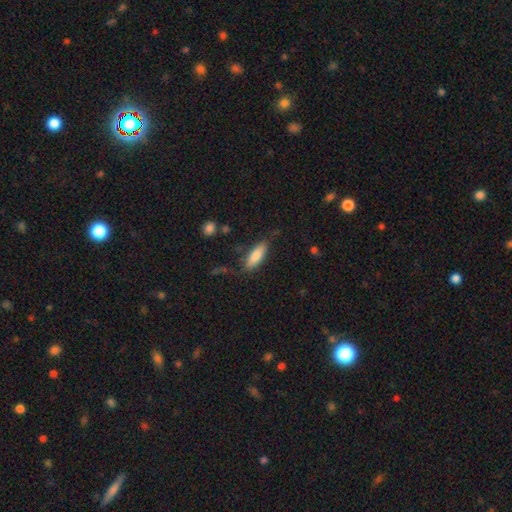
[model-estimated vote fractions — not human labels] smooth_or_featured: smooth (p=0.81) [alt: featured or disk p=0.13]
how_rounded: in between (p=0.62) [alt: cigar-shaped p=0.36]
merging: none (p=0.77) [alt: minor disturbance p=0.16]